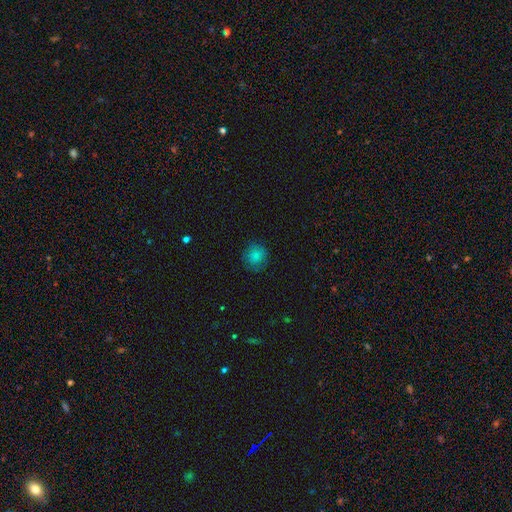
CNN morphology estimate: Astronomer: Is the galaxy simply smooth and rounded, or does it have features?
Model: smooth — 83%.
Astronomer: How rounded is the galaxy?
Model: round — 89%.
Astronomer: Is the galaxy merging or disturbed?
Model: none — 82%.